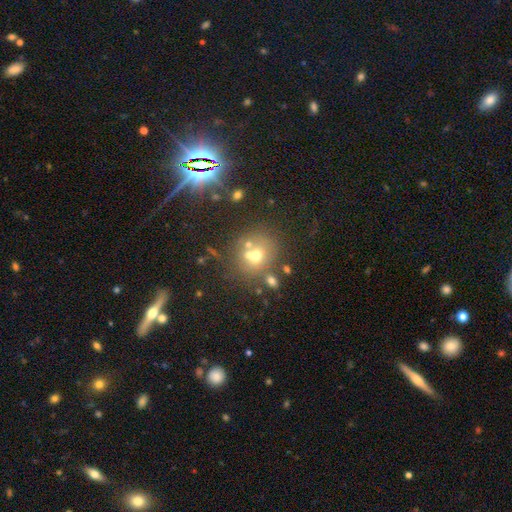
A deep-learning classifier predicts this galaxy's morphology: Smooth or featured? Predicted: smooth (p=0.56). How rounded? Predicted: round (p=0.76). Merging? Predicted: none (p=0.47).